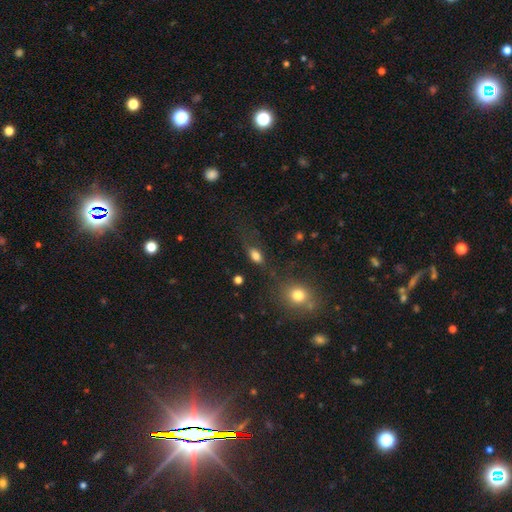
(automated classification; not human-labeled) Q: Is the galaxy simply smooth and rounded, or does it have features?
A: smooth — 78%.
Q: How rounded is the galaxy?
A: in between — 81%.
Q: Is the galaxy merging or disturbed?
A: none — 60%.